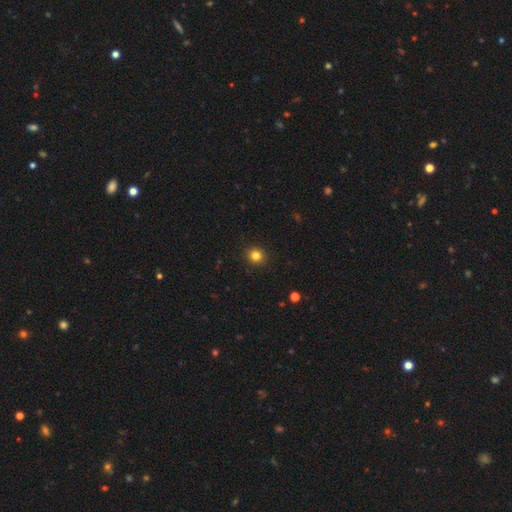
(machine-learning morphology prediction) smooth 83%, star or artifact 13%, featured or disk 5%. Down the decision tree: how rounded — round (91%); merging — none (92%).